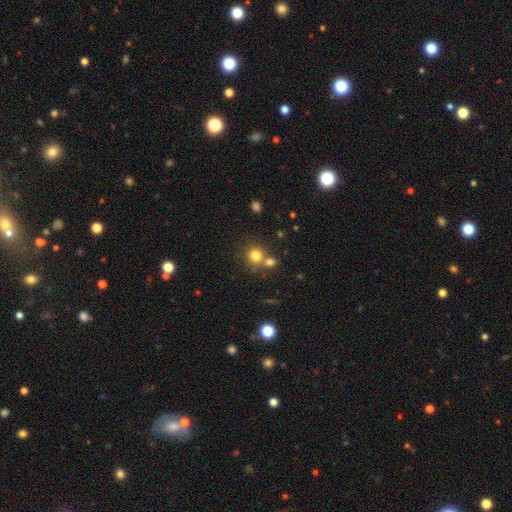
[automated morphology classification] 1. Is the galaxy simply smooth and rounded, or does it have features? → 79% smooth, 13% star or artifact, 8% featured or disk.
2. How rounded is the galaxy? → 88% round, 11% in between, 1% cigar-shaped.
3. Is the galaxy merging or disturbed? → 59% none, 30% merger, 8% minor disturbance, 3% major disturbance.